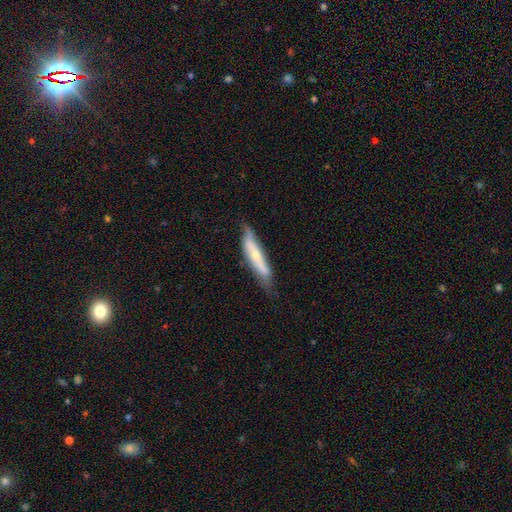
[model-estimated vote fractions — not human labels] This appears to be a featured or disk galaxy (55%) viewed edge-on (64%). Merging: none (61%).